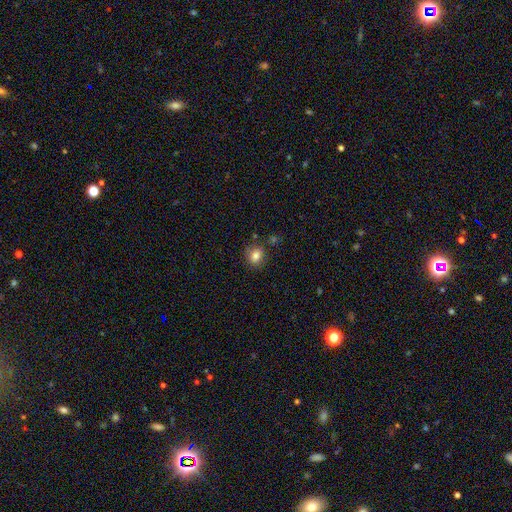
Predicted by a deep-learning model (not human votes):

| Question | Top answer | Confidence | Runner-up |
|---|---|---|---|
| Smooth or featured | smooth | 82% | star or artifact (11%) |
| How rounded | round | 67% | in between (32%) |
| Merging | none | 78% | minor disturbance (13%) |